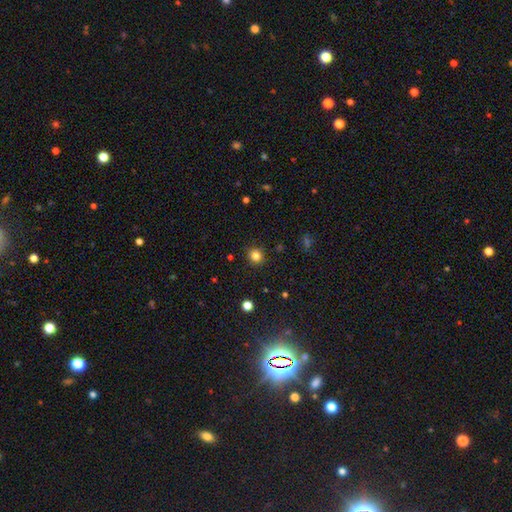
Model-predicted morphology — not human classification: The model was most divided on "smooth or featured": smooth: 82%, star or artifact: 13%, featured or disk: 5%. More confident: merging — none (90%); how rounded — round (90%).